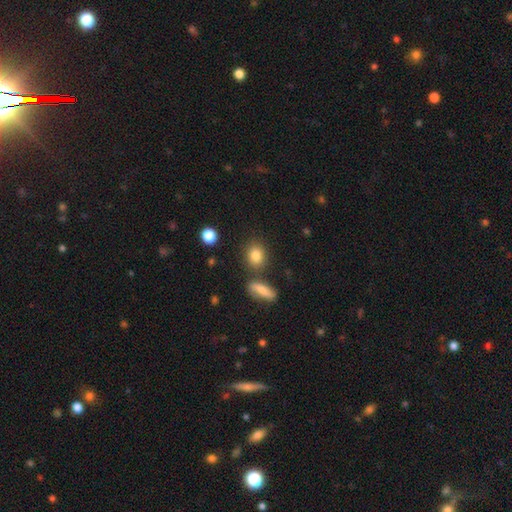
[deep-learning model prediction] smooth 83%, star or artifact 10%, featured or disk 7%. Down the decision tree: how rounded — round (58%); merging — none (75%).